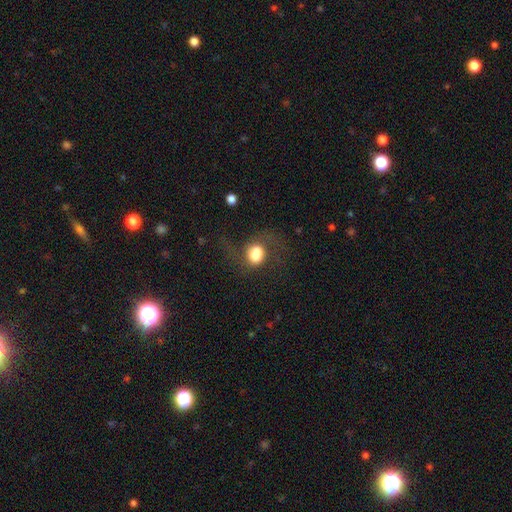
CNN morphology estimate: Smooth or featured: smooth — 66% (featured or disk — 24%)
How rounded: round — 55% (in between — 44%)
Merging: none — 43% (major disturbance — 30%)